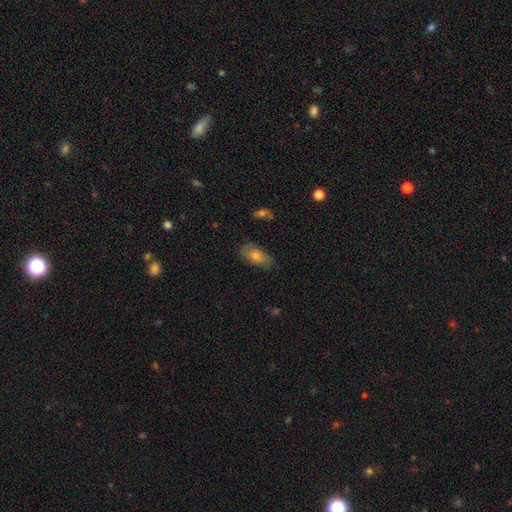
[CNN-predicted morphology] smooth_or_featured: smooth (p=0.59) [alt: featured or disk p=0.29]
how_rounded: in between (p=0.87) [alt: round p=0.07]
merging: none (p=0.73) [alt: minor disturbance p=0.20]